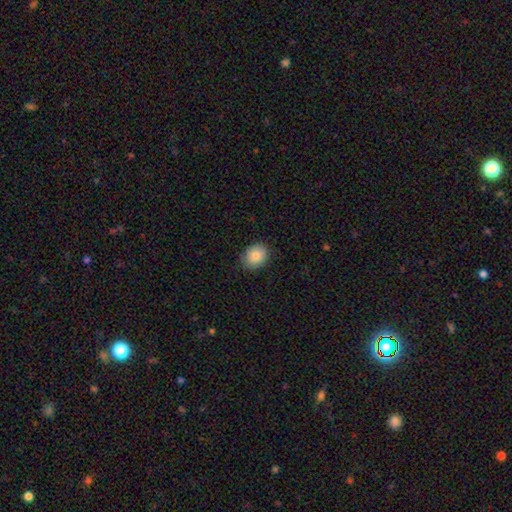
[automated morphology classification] The model was most divided on "how rounded": round: 52%, in between: 47%, cigar-shaped: 1%. More confident: smooth or featured — smooth (88%); merging — none (84%).